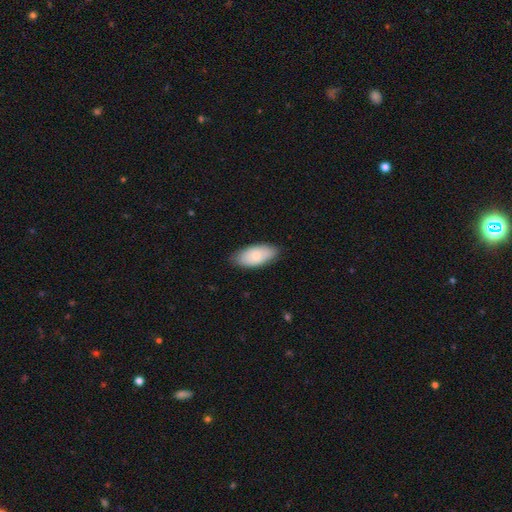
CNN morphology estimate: Smooth or featured?
  - smooth: 79% *
  - featured or disk: 15%
  - star or artifact: 6%
How rounded?
  - in between: 93% *
  - cigar-shaped: 5%
  - round: 2%
Merging?
  - none: 80% *
  - minor disturbance: 16%
  - major disturbance: 3%
  - merger: 1%